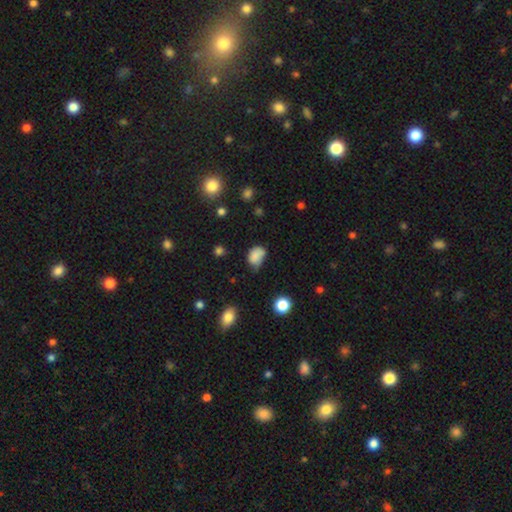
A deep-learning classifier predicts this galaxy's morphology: Smooth or featured?
  - smooth: 80% *
  - star or artifact: 10%
  - featured or disk: 10%
How rounded?
  - in between: 68% *
  - round: 31%
  - cigar-shaped: 1%
Merging?
  - minor disturbance: 43% *
  - none: 37%
  - major disturbance: 15%
  - merger: 5%